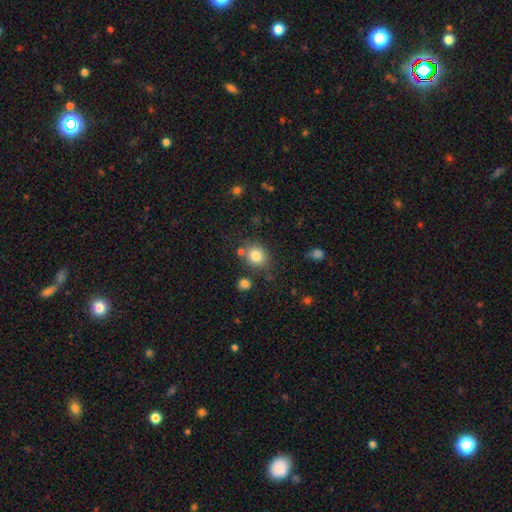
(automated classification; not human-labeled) This appears to be a smooth galaxy with no disk features (82%) that is round (74%). Merging: none (74%).